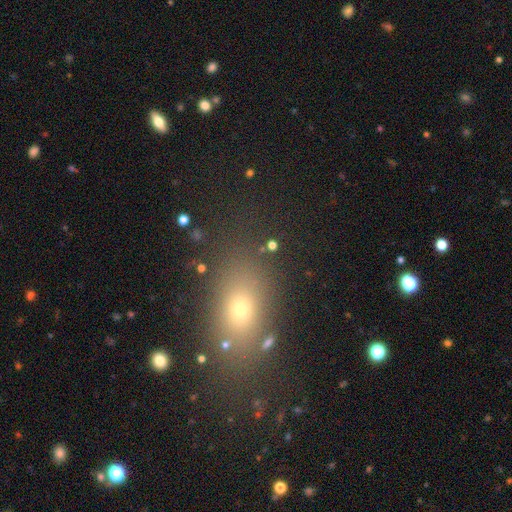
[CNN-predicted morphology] Smooth or featured? smooth (67%)
How rounded? in between (73%)
Merging? none (81%)